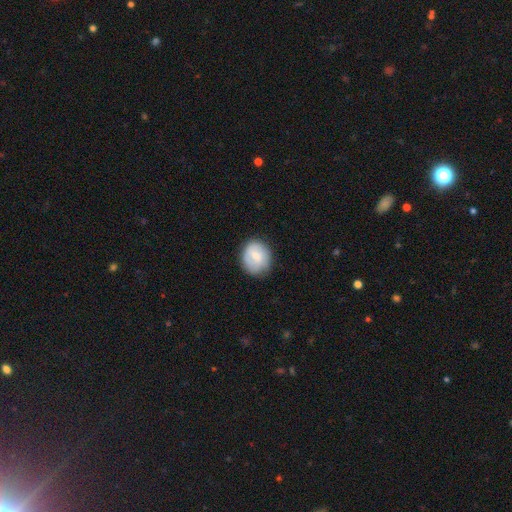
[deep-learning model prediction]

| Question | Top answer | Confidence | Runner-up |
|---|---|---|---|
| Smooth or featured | smooth | 70% | featured or disk (23%) |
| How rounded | round | 70% | in between (29%) |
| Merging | none | 76% | minor disturbance (18%) |